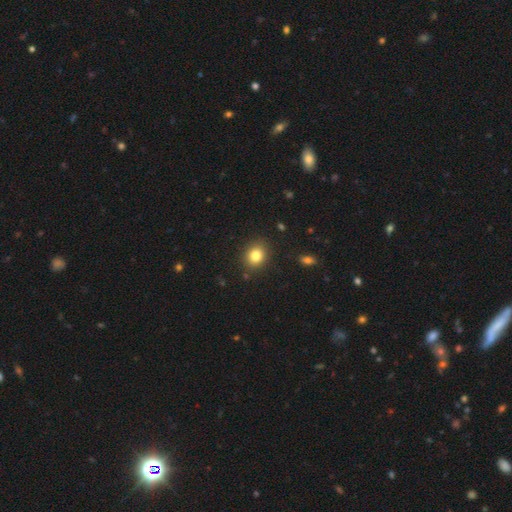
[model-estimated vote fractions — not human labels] A smooth galaxy with no disk features (82%) that is round (63%).

Vote fractions:
- Smooth or featured? smooth: 82% / star or artifact: 11% / featured or disk: 7%
- How rounded? round: 63% / in between: 36% / cigar-shaped: 1%
- Merging? none: 88% / minor disturbance: 8% / major disturbance: 2% / merger: 1%